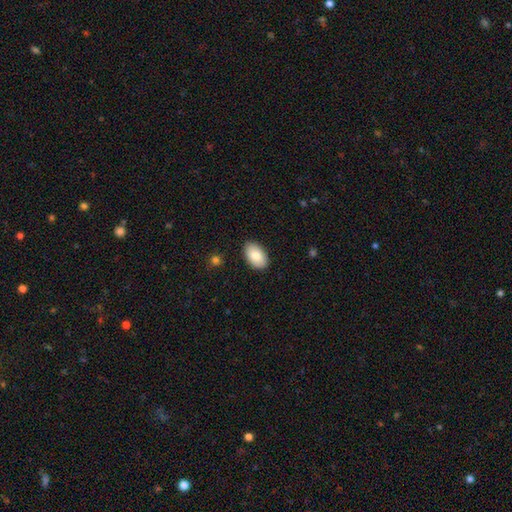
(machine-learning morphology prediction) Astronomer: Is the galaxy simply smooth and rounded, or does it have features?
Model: smooth — 83%.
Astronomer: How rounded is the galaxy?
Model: in between — 94%.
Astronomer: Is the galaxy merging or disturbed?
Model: none — 88%.